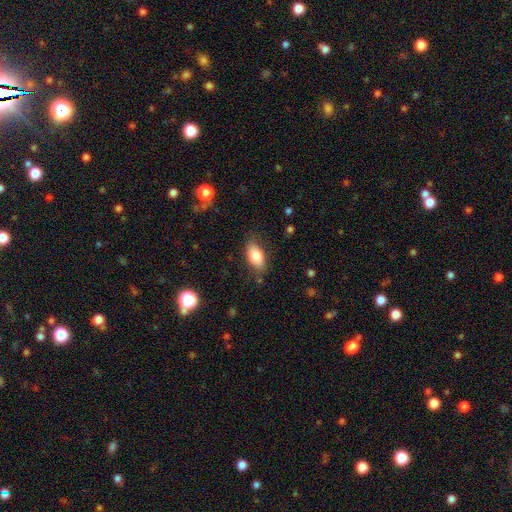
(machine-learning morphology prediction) A smooth galaxy with no disk features (80%) that is in between round and cigar-shaped (90%).

Vote fractions:
- Smooth or featured? smooth: 80% / featured or disk: 13% / star or artifact: 7%
- How rounded? in between: 90% / round: 5% / cigar-shaped: 5%
- Merging? none: 78% / minor disturbance: 16% / major disturbance: 4% / merger: 2%